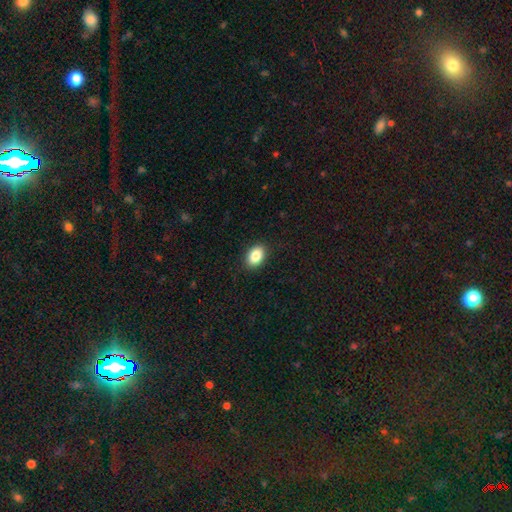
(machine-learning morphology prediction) The model was most divided on "how rounded": in between: 83%, round: 16%, cigar-shaped: 1%. More confident: merging — none (90%); smooth or featured — smooth (86%).